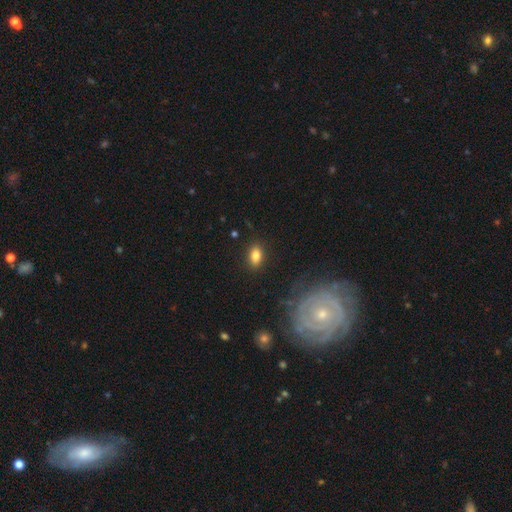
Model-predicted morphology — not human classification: This appears to be a smooth galaxy with no disk features (81%) that is in between round and cigar-shaped (85%). Merging: none (87%).